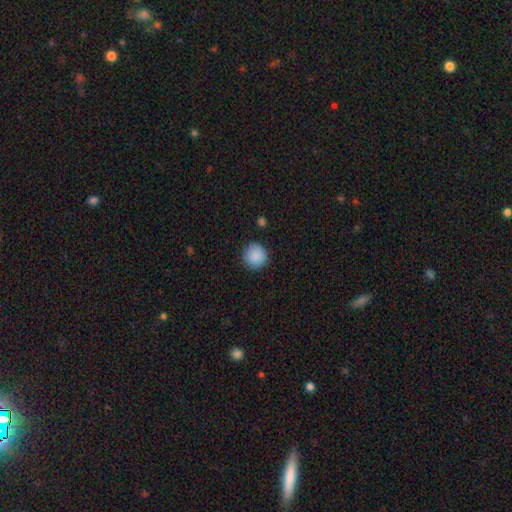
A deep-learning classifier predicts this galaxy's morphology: smooth 89%, star or artifact 8%, featured or disk 3%. Down the decision tree: how rounded — round (94%); merging — none (88%).